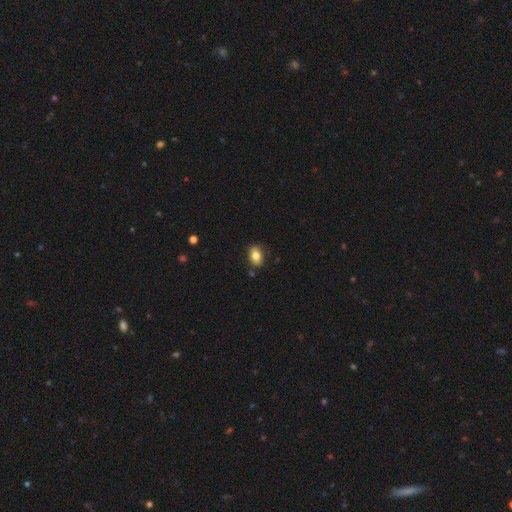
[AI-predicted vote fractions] Morphology: type=smooth (83%); roundness=in between (84%); merging=none (83%).